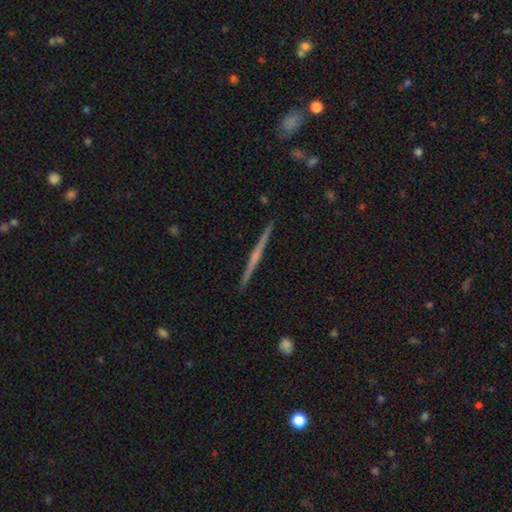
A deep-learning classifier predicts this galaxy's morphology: type=featured or disk (74%); edge-on=yes (99%); edge-on bulge=rounded (49%); merging=none (93%).